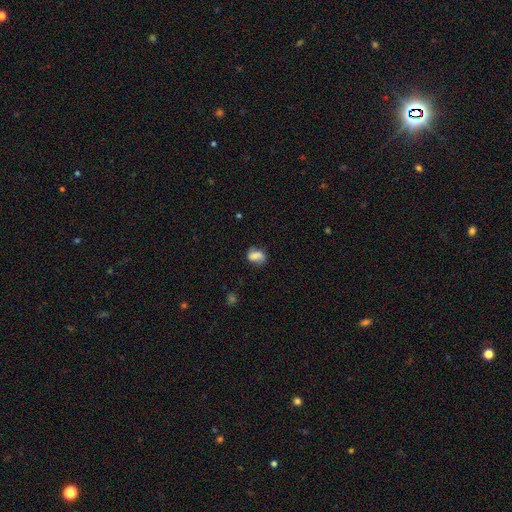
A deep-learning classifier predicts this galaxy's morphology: smooth_or_featured: smooth (p=0.65) [alt: featured or disk p=0.25]
how_rounded: in between (p=0.68) [alt: round p=0.29]
merging: none (p=0.57) [alt: minor disturbance p=0.27]